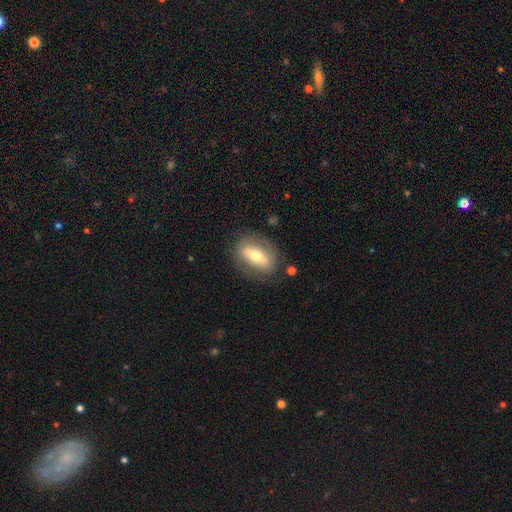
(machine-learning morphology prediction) Q: Smooth or featured?
A: smooth (47%); runner-up: featured or disk (46%)
Q: Merging?
A: none (78%); runner-up: minor disturbance (14%)